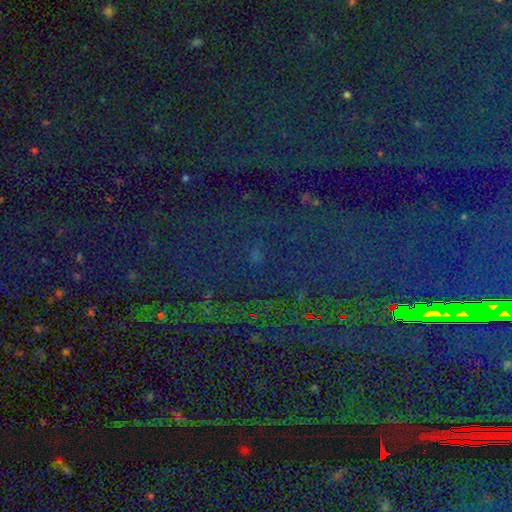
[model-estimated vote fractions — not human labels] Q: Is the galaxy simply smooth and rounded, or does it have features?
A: star or artifact — 86%.